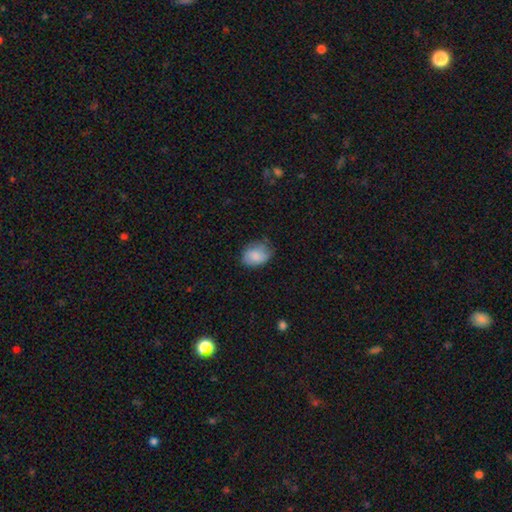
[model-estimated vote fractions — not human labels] Morphology: type=smooth (83%); roundness=in between (67%); merging=none (64%).